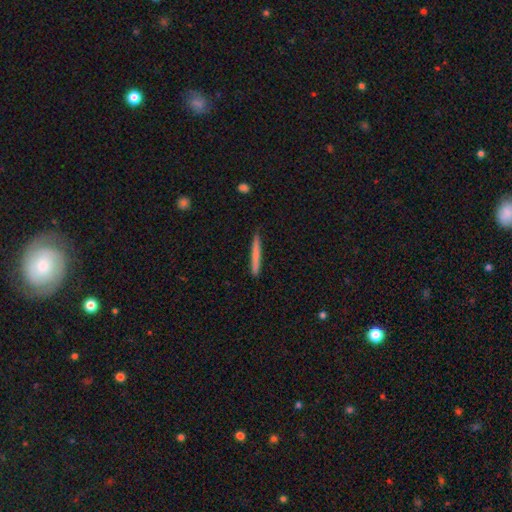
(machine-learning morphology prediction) smooth-or-featured: smooth: 71% | featured or disk: 24% | star or artifact: 6%
  how-rounded: cigar-shaped: 97% | in between: 2% | round: 1%
  merging: none: 89% | minor disturbance: 8% | major disturbance: 1% | merger: 1%